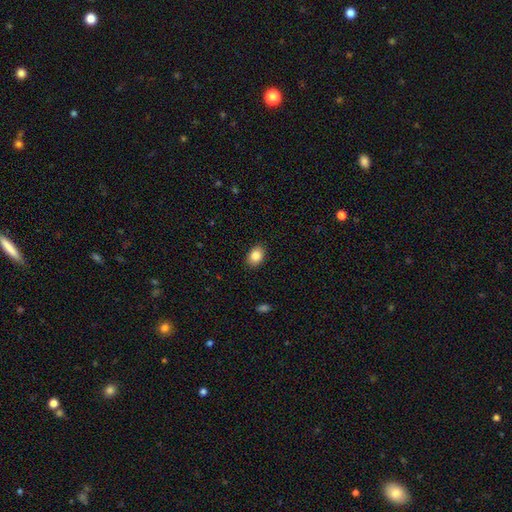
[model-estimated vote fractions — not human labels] smooth 85%, star or artifact 8%, featured or disk 7%. Down the decision tree: how rounded — in between (76%); merging — none (88%).